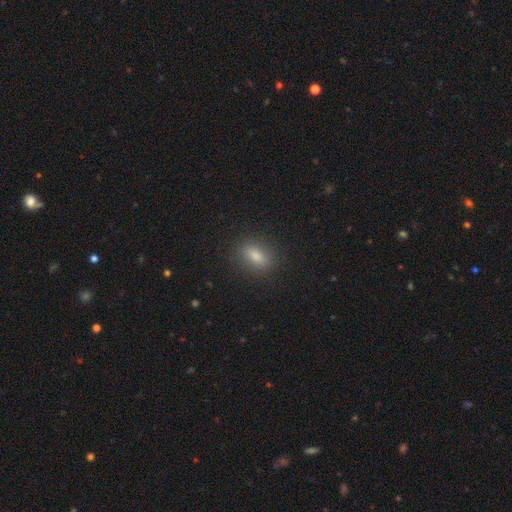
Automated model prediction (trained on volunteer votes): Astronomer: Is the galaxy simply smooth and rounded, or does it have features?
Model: smooth — 78%.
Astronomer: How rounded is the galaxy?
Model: in between — 74%.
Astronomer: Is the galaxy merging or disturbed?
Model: none — 88%.